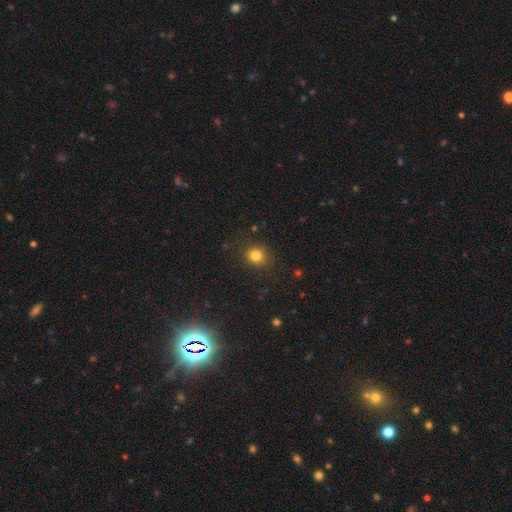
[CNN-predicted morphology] Smooth or featured? smooth (81%)
How rounded? round (82%)
Merging? none (87%)